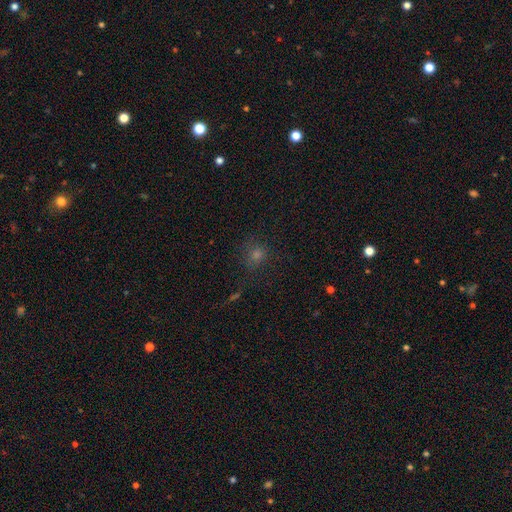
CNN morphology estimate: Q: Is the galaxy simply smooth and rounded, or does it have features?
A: smooth — 55%.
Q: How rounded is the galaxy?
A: round — 86%.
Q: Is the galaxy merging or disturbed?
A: none — 80%.